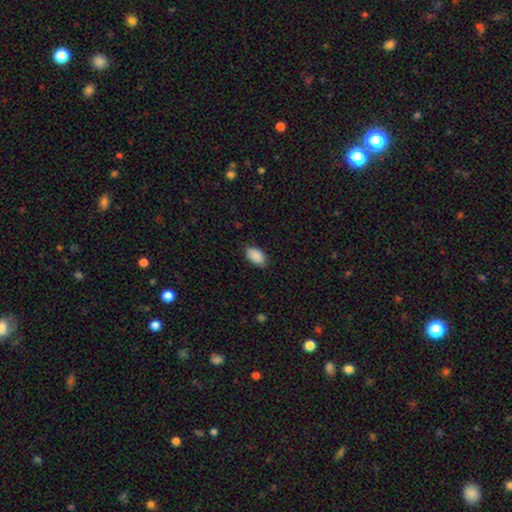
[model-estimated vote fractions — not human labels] smooth_or_featured: smooth (p=0.90) [alt: star or artifact p=0.07]
how_rounded: in between (p=0.93) [alt: round p=0.05]
merging: none (p=0.84) [alt: minor disturbance p=0.13]